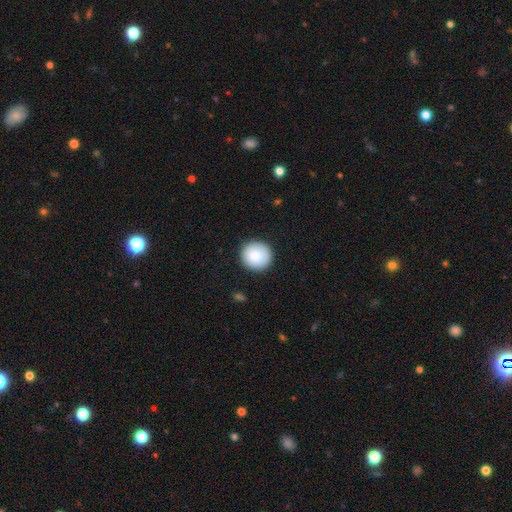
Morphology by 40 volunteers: Smooth or featured? 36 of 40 (90%) said smooth. How rounded? 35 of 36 (97%) said round. Merging? 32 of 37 (86%) said none.